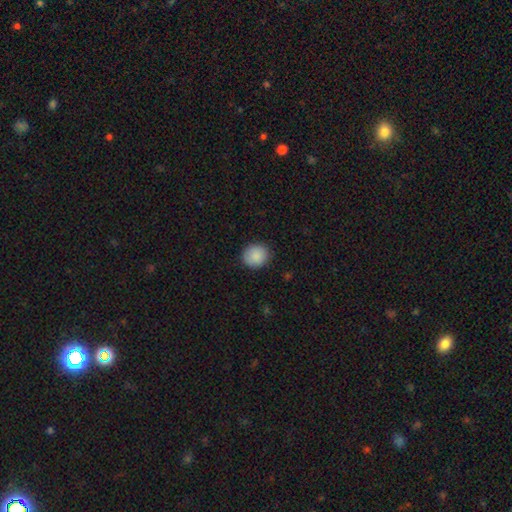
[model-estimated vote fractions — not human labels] smooth 89%, star or artifact 8%, featured or disk 4%. Down the decision tree: how rounded — round (84%); merging — none (89%).